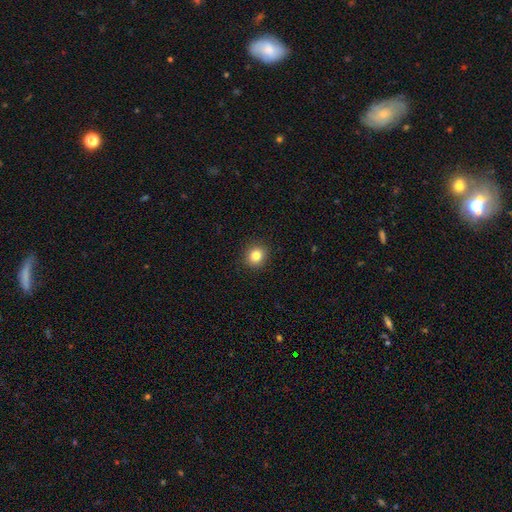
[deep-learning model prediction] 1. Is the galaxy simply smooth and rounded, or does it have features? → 83% smooth, 11% star or artifact, 6% featured or disk.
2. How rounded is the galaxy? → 81% round, 18% in between, 1% cigar-shaped.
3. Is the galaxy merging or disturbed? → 91% none, 6% minor disturbance, 2% major disturbance, 1% merger.